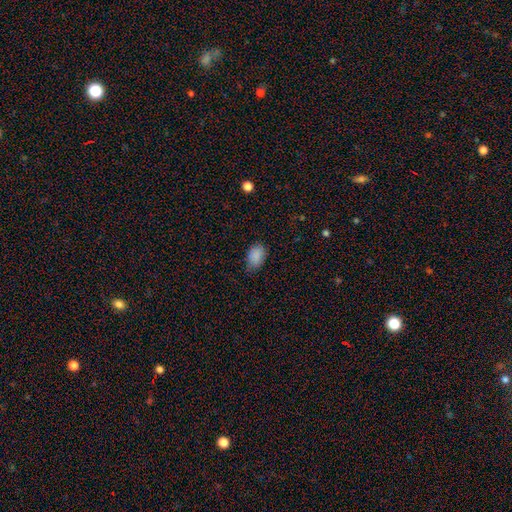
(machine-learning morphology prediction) Overall: smooth (88%). How rounded: in between (83%). Merging: none (68%).